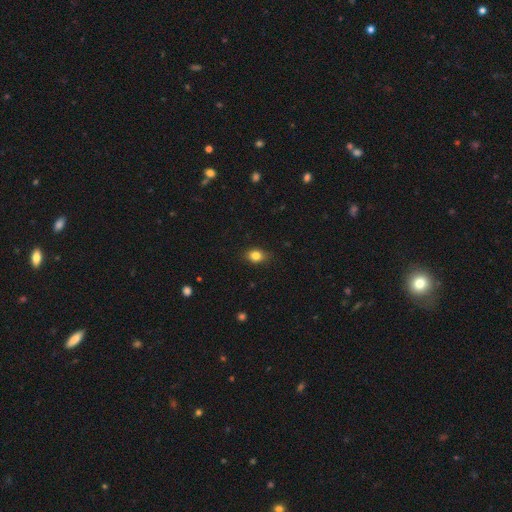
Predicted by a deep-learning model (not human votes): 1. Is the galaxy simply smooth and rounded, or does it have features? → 83% smooth, 10% star or artifact, 7% featured or disk.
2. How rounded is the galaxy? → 63% in between, 35% round, 2% cigar-shaped.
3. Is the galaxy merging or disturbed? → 83% none, 13% minor disturbance, 3% major disturbance, 1% merger.